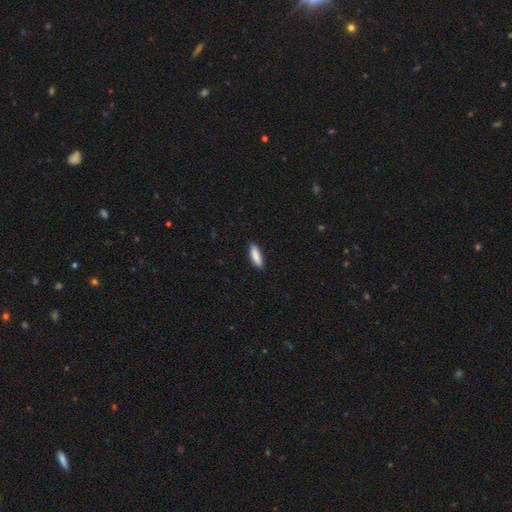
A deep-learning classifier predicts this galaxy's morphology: Smooth or featured? smooth (88%)
How rounded? cigar-shaped (55%)
Merging? none (87%)